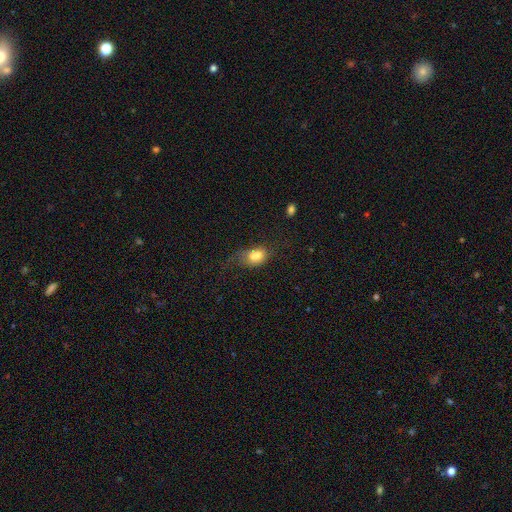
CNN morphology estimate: The model was most divided on "merging": merger: 50%, none: 25%, minor disturbance: 14%, major disturbance: 11%. More confident: smooth or featured — smooth (69%); how rounded — in between (65%).